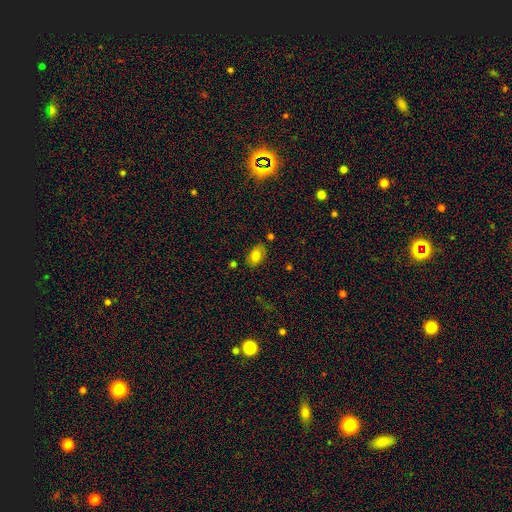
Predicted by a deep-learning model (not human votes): This appears to be a smooth galaxy with no disk features (77%) that is in between round and cigar-shaped (87%). Merging: none (76%).